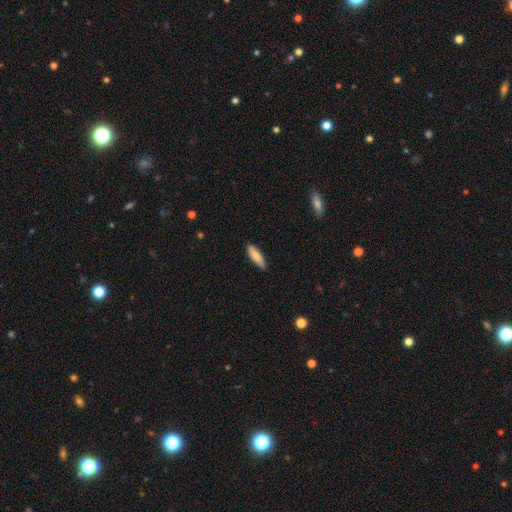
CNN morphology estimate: A smooth galaxy with no disk features (84%) that is cigar-shaped (55%).

Vote fractions:
- Smooth or featured? smooth: 84% / featured or disk: 11% / star or artifact: 6%
- How rounded? cigar-shaped: 55% / in between: 43% / round: 2%
- Merging? none: 86% / minor disturbance: 11% / major disturbance: 2% / merger: 1%